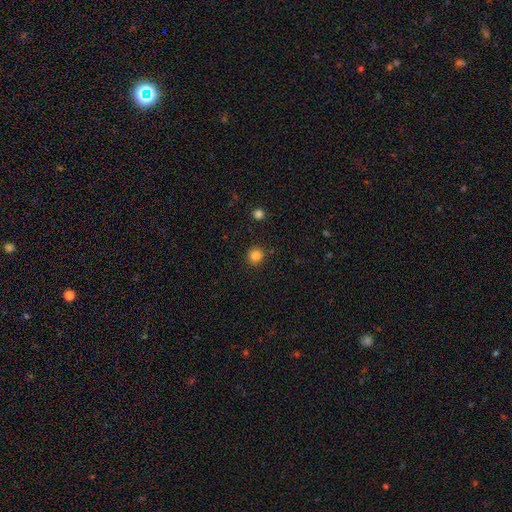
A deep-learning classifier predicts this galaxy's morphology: Smooth or featured: smooth — 84% (star or artifact — 12%)
How rounded: round — 92% (in between — 7%)
Merging: none — 89% (minor disturbance — 7%)